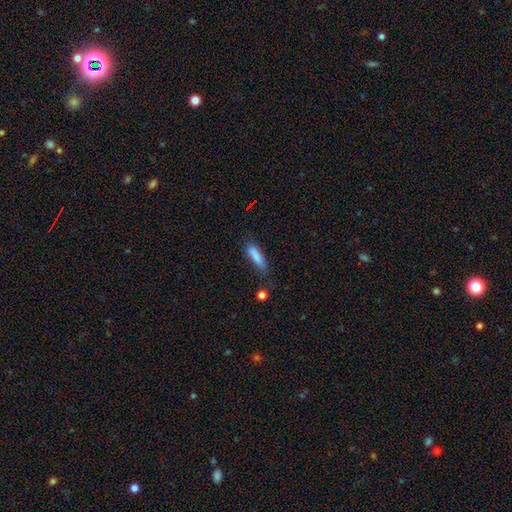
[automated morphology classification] Smooth or featured: smooth — 84% (featured or disk — 8%)
How rounded: cigar-shaped — 59% (in between — 39%)
Merging: none — 58% (minor disturbance — 28%)